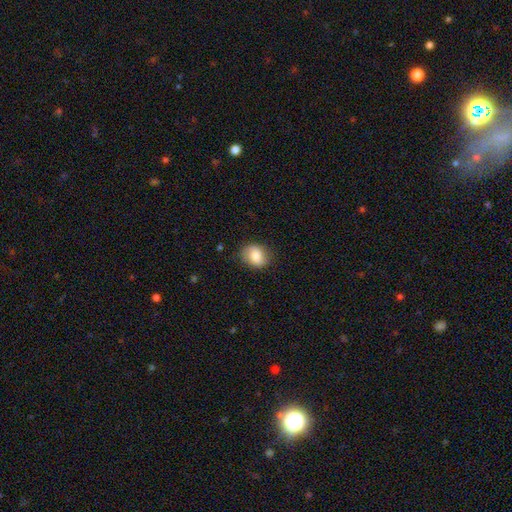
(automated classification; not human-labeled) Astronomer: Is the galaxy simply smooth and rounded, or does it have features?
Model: smooth — 79%.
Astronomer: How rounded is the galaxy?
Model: in between — 51% (runner-up: round, 48%).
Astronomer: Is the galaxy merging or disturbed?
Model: none — 79%.